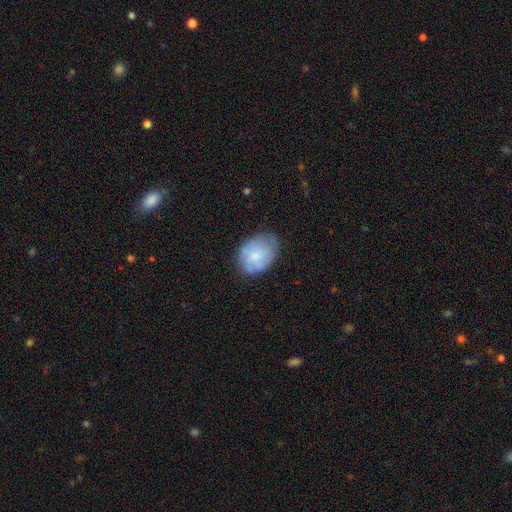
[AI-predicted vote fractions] This is possibly a smooth galaxy (60%). How rounded: likely in between (71%). Merging: likely none (66%).